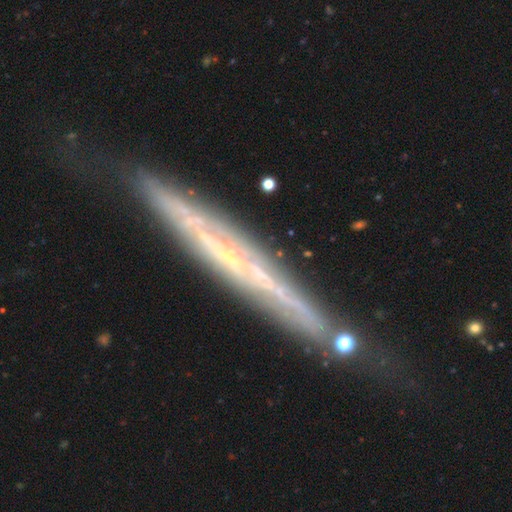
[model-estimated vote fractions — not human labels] A featured or disk galaxy (76%) viewed edge-on (88%) with no central bulge (70%). Merging: none (81%).